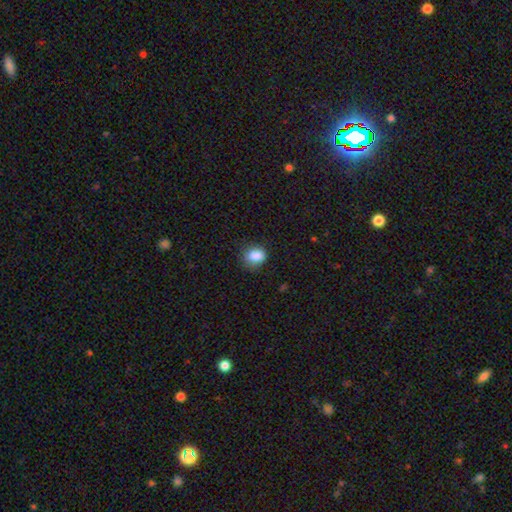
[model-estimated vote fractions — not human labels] Smooth or featured: smooth — 86% (star or artifact — 10%)
How rounded: round — 52% (in between — 47%)
Merging: none — 73% (minor disturbance — 20%)